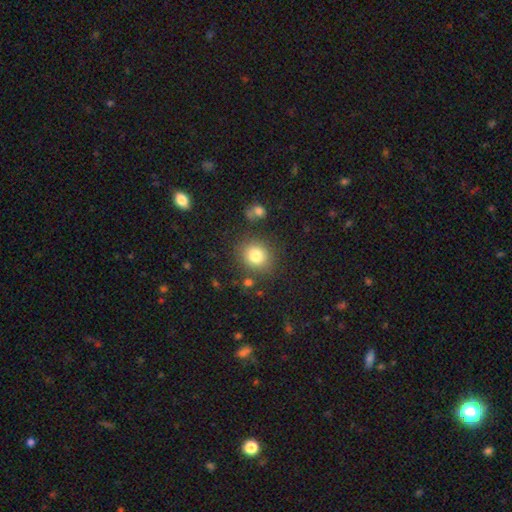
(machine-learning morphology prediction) Smooth or featured: smooth — 81% (star or artifact — 11%)
How rounded: round — 81% (in between — 19%)
Merging: none — 83% (minor disturbance — 9%)